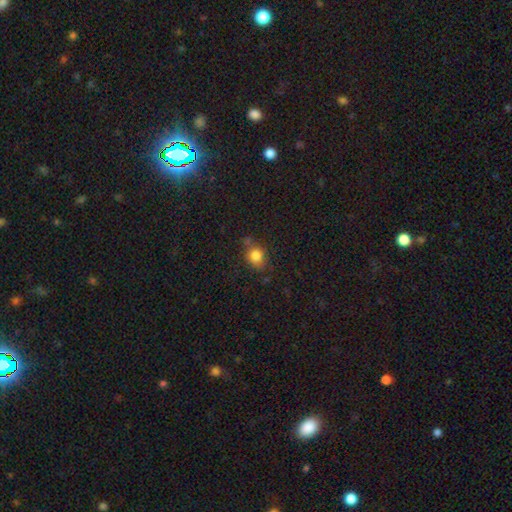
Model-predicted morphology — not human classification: type=smooth (81%); roundness=round (57%); merging=none (68%).